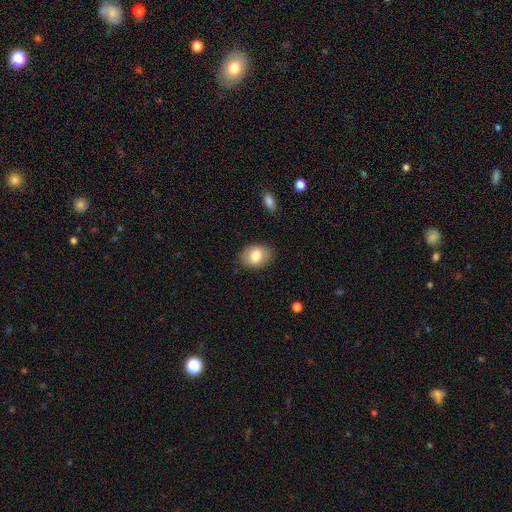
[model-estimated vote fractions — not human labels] The model was most divided on "how rounded": in between: 73%, round: 26%, cigar-shaped: 1%. More confident: merging — none (84%); smooth or featured — smooth (77%).